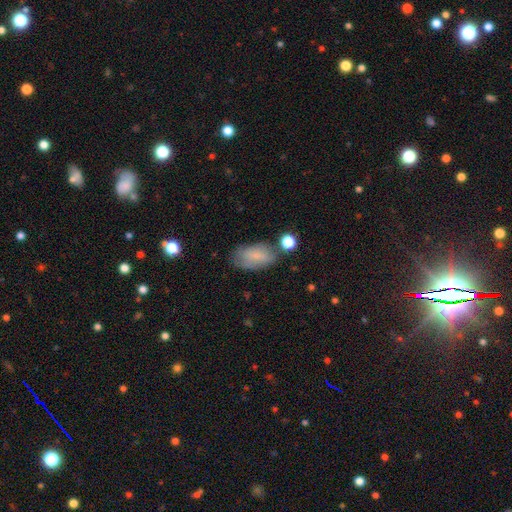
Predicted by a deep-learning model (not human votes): smooth-or-featured: smooth: 70% | featured or disk: 21% | star or artifact: 9%
  how-rounded: in between: 91% | round: 6% | cigar-shaped: 3%
  merging: none: 58% | minor disturbance: 25% | major disturbance: 9% | merger: 7%